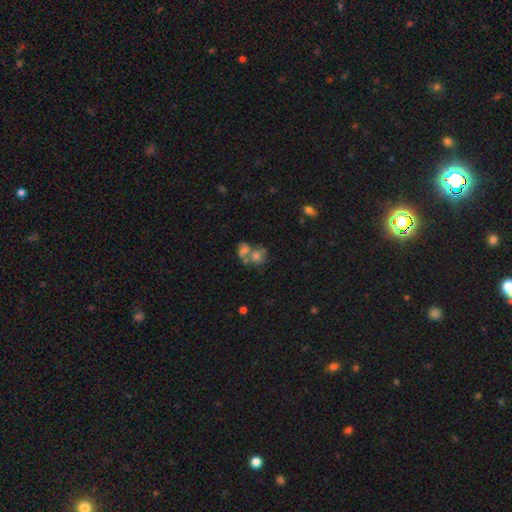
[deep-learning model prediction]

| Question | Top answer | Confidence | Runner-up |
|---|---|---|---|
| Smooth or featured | smooth | 54% | featured or disk (25%) |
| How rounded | round | 63% | in between (35%) |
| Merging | merger | 52% | none (32%) |